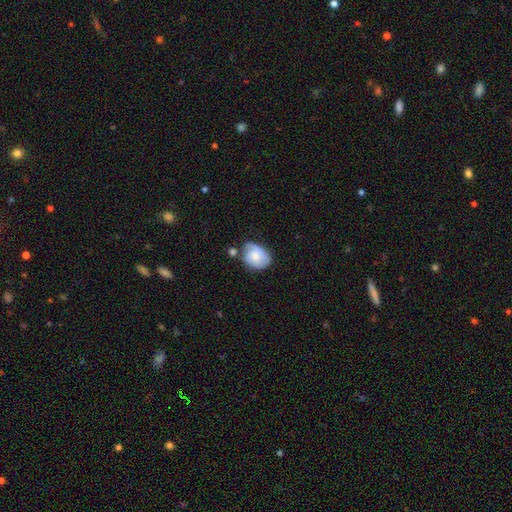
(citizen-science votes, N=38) This is likely a smooth galaxy (63%). How rounded: possibly round (50%, tied with in between). Merging: marginally none (44%).